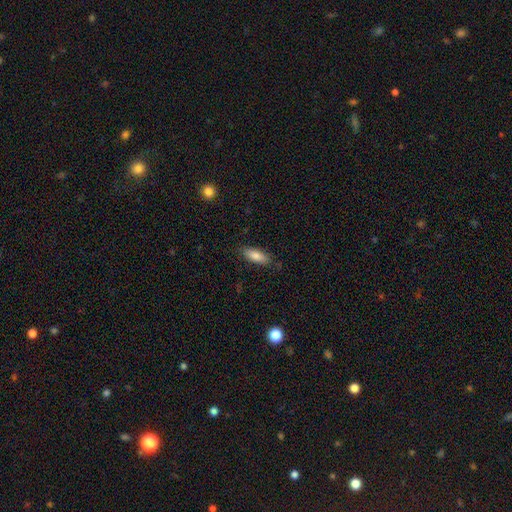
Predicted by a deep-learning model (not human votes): Morphology: type=smooth (83%); roundness=in between (69%); merging=none (84%).